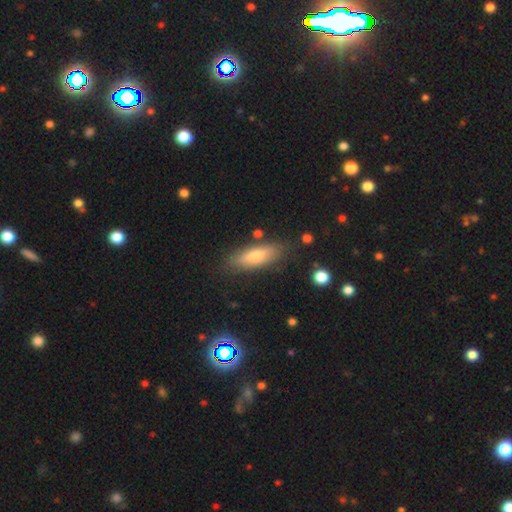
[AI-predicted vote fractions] smooth_or_featured: smooth (p=0.68) [alt: featured or disk p=0.24]
how_rounded: in between (p=0.54) [alt: cigar-shaped p=0.43]
merging: none (p=0.82) [alt: minor disturbance p=0.12]